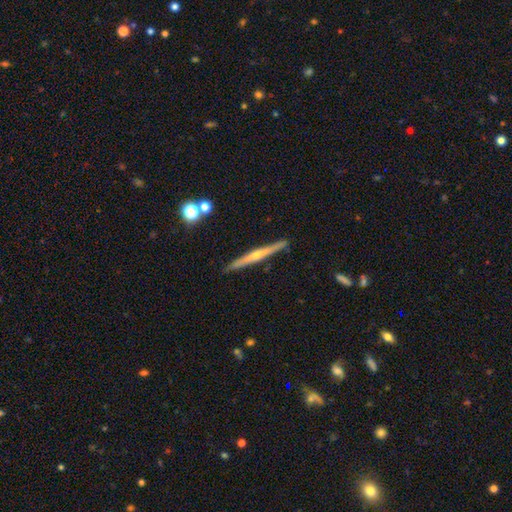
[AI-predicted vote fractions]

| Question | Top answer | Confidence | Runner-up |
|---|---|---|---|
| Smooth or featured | featured or disk | 72% | smooth (21%) |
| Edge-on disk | yes | 98% | no (2%) |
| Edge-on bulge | rounded | 76% | none (20%) |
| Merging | none | 90% | minor disturbance (7%) |